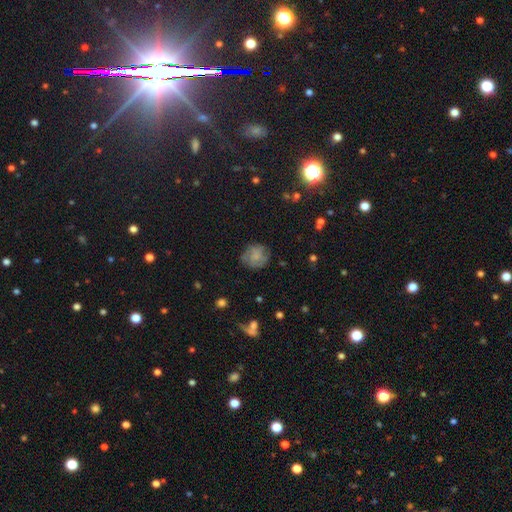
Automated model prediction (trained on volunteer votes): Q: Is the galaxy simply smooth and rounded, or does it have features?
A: smooth — 59%.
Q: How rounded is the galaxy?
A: round — 79%.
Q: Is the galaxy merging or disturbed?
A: none — 70%.